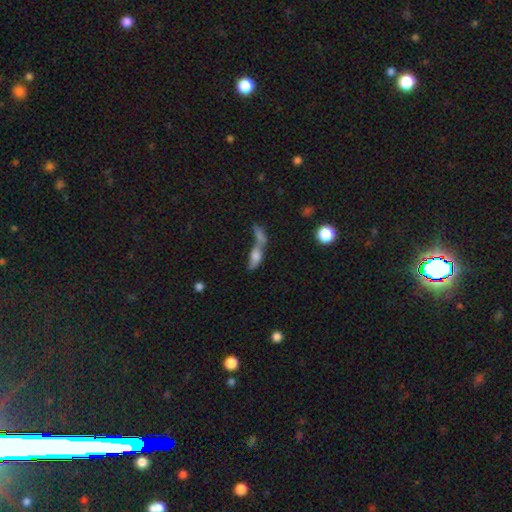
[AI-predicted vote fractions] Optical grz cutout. It shows a smooth galaxy with no disk features (60%) that is in between round and cigar-shaped (61%). Merging: merger (64%).